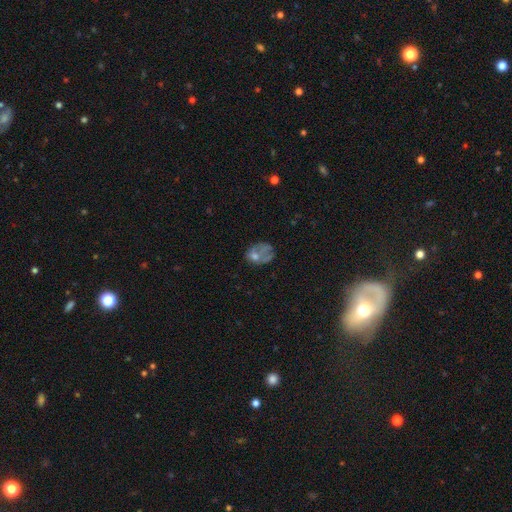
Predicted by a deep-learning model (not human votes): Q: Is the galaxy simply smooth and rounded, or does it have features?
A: smooth — 41%, tied with featured or disk.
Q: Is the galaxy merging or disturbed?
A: none — 38%.